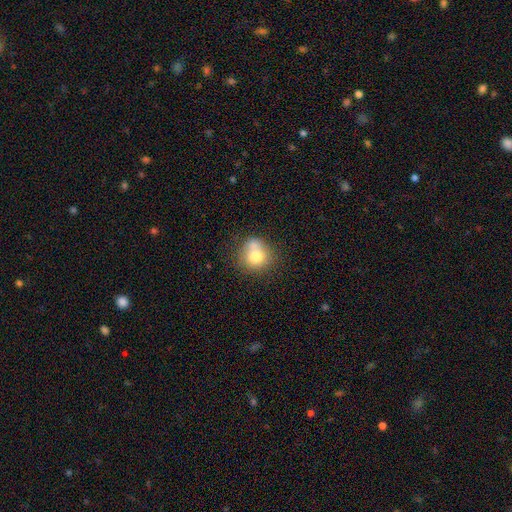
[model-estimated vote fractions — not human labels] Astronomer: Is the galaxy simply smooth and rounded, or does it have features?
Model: smooth — 72%.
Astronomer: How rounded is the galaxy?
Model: round — 83%.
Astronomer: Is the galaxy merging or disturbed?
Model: none — 49% (runner-up: merger, 29%).